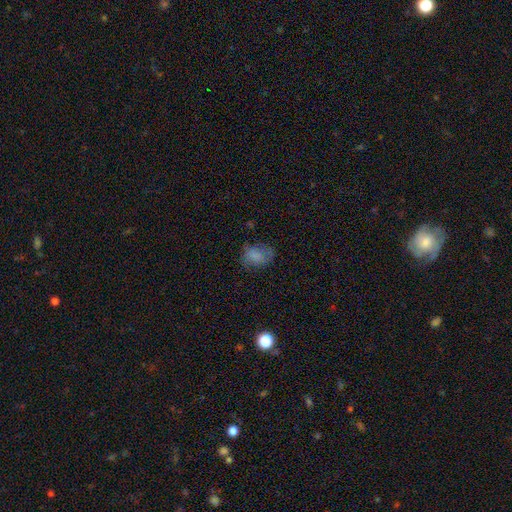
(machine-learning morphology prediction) A smooth galaxy with no disk features (74%) that is in between round and cigar-shaped (69%). Merging: none (61%).